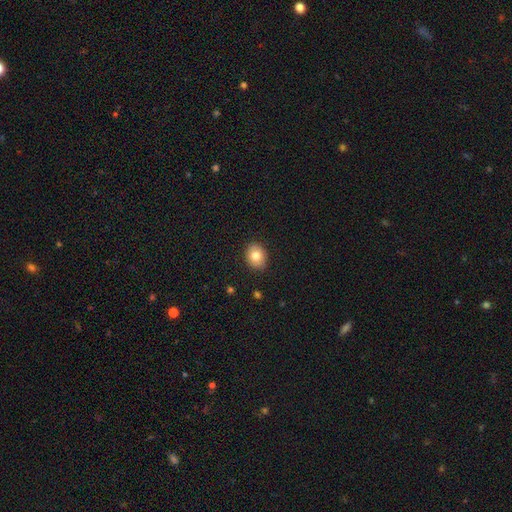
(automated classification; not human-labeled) smooth 81%, featured or disk 11%, star or artifact 9%. Down the decision tree: how rounded — round (52%); merging — none (87%).